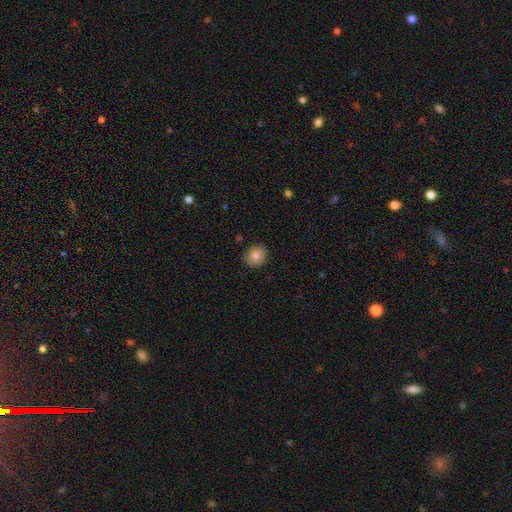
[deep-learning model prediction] A smooth galaxy with no disk features (80%) that is round (80%).

Vote fractions:
- Smooth or featured? smooth: 80% / featured or disk: 11% / star or artifact: 9%
- How rounded? round: 80% / in between: 19% / cigar-shaped: 1%
- Merging? none: 90% / minor disturbance: 7% / major disturbance: 2% / merger: 1%